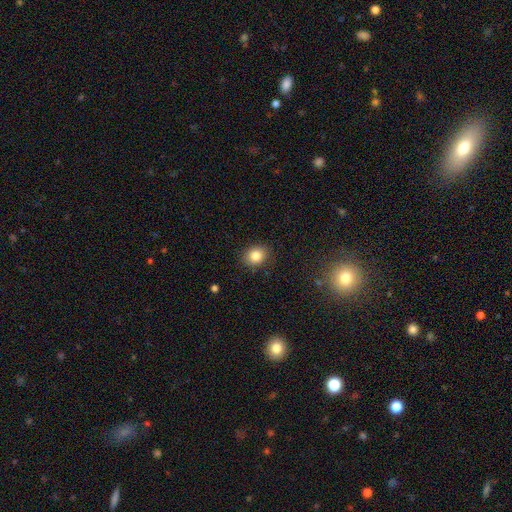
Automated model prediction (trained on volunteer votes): This is clearly a smooth galaxy (83%). How rounded: possibly round (57%). Merging: clearly none (87%).